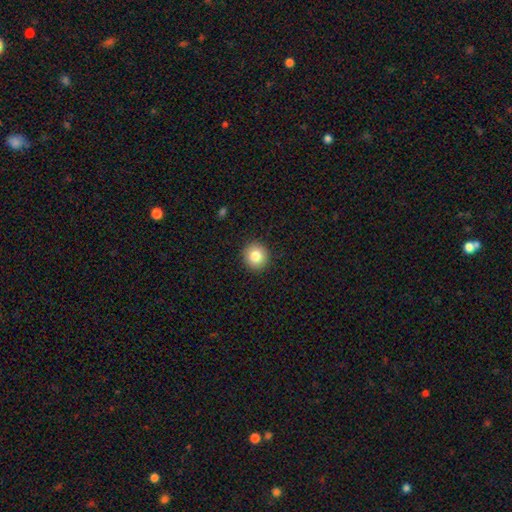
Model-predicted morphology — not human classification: Smooth or featured? smooth (83%)
How rounded? round (92%)
Merging? none (92%)